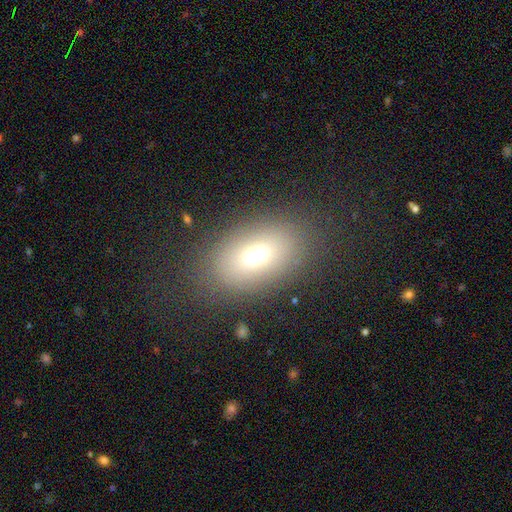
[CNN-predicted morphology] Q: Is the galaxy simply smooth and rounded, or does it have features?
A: smooth — 69%.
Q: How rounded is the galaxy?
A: in between — 84%.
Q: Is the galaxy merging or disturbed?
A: none — 81%.